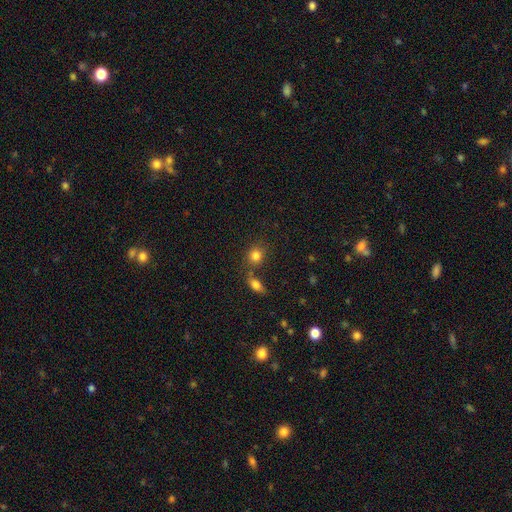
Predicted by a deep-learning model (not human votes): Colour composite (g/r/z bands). It shows a smooth galaxy with no disk features (82%) that is round (75%). Merging: none (66%).